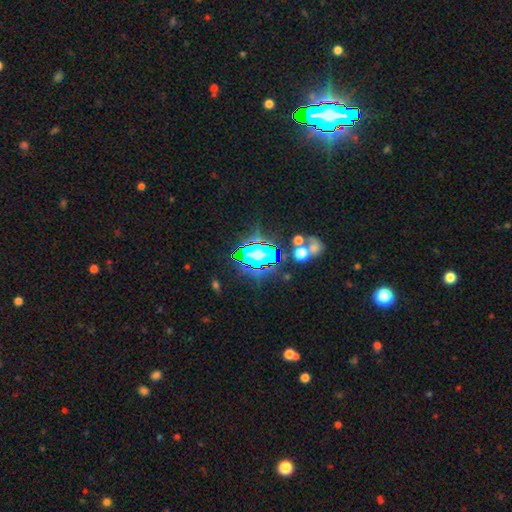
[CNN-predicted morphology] Smooth or featured? Predicted: star or artifact (p=0.80).